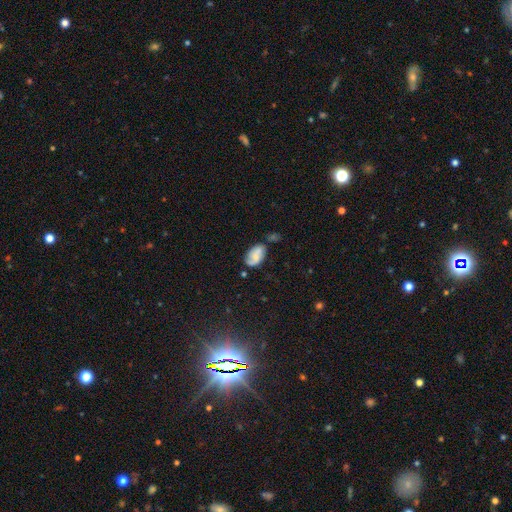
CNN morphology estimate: This is possibly a smooth galaxy (53%). How rounded: clearly in between (91%). Merging: possibly none (53%).